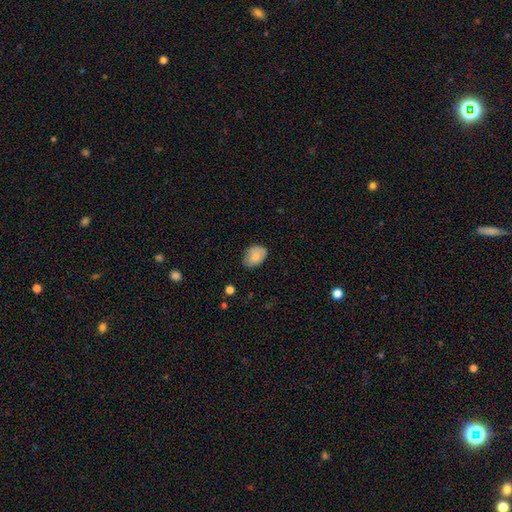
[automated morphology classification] A smooth galaxy with no disk features (77%) that is in between round and cigar-shaped (74%). Merging: none (65%).